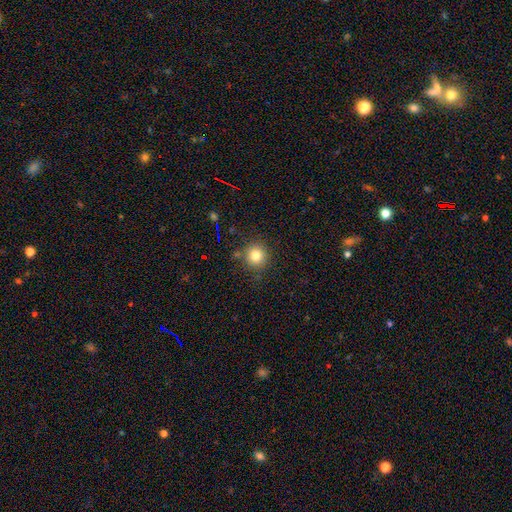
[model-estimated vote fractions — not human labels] Smooth or featured?
  - smooth: 80% *
  - star or artifact: 13%
  - featured or disk: 7%
How rounded?
  - round: 92% *
  - in between: 7%
  - cigar-shaped: 1%
Merging?
  - none: 82% *
  - minor disturbance: 10%
  - merger: 5%
  - major disturbance: 3%